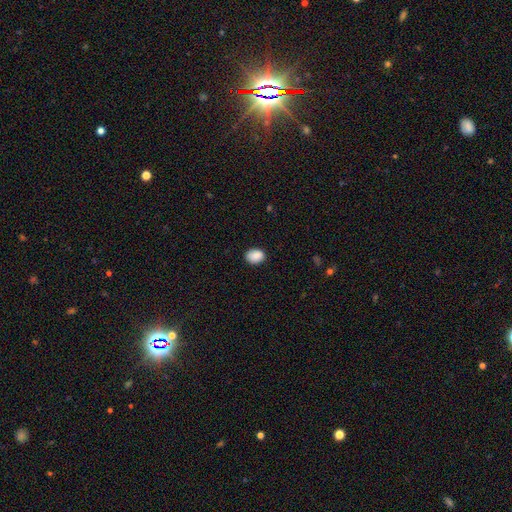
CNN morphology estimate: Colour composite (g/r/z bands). It shows a smooth galaxy with no disk features (89%) that is in between round and cigar-shaped (62%). Merging: none (86%).